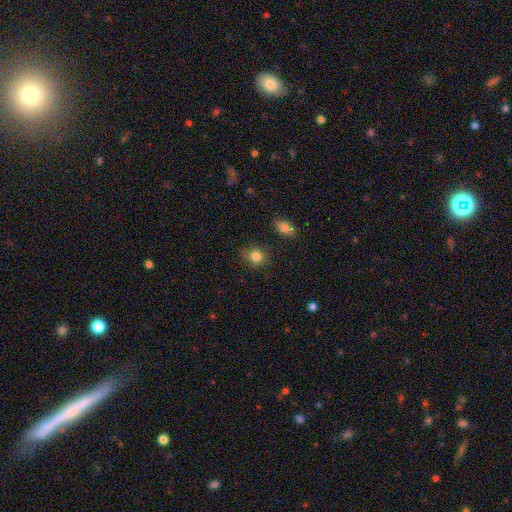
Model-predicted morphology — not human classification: This appears to be a smooth galaxy with no disk features (83%) that is round (75%). Merging: none (80%).